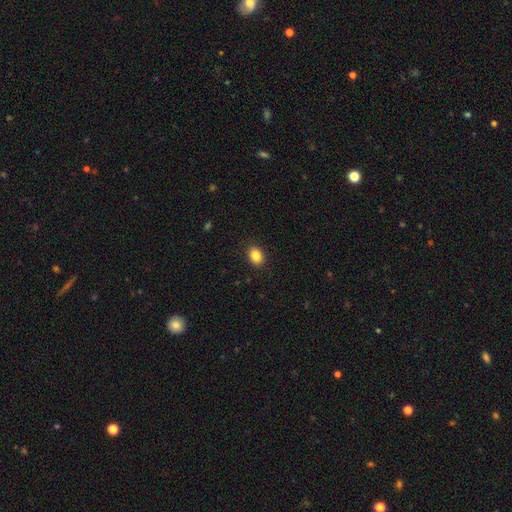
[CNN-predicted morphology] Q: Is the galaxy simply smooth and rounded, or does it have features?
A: smooth — 86%.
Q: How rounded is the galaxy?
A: in between — 72%.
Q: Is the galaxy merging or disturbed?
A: none — 89%.